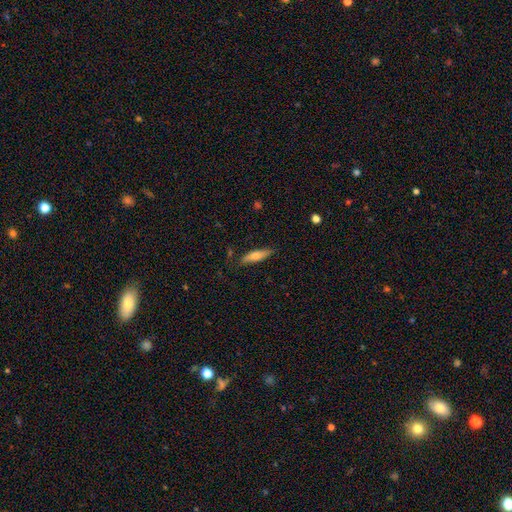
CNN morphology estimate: smooth 65%, featured or disk 29%, star or artifact 6%. Down the decision tree: how rounded — cigar-shaped (72%); merging — none (80%).